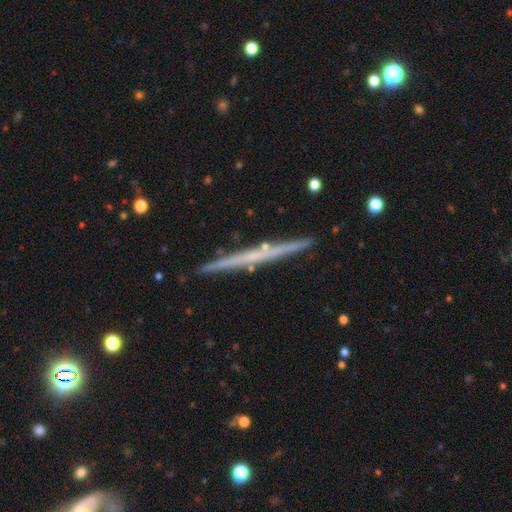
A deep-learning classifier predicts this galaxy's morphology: type=featured or disk (68%); edge-on=yes (98%); edge-on bulge=none (79%); merging=none (91%).